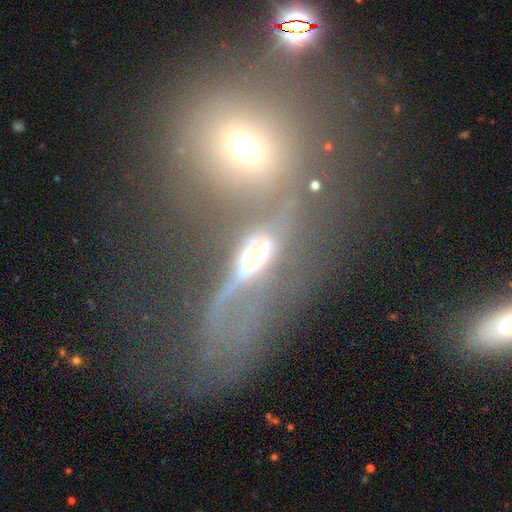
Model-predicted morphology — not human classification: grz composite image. It shows a featured or disk galaxy (61%). Merging: merger (54%).